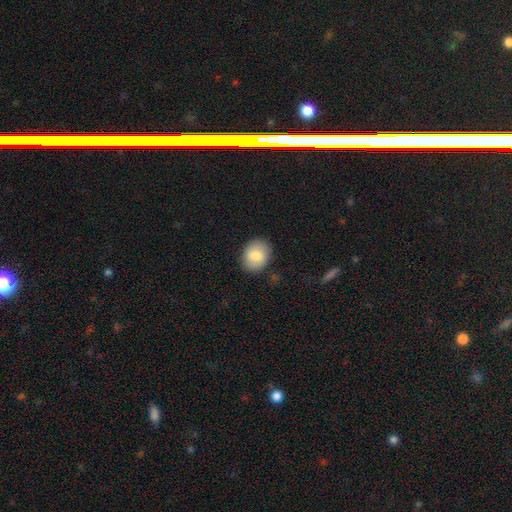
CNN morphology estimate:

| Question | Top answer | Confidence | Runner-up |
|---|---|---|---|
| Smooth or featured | smooth | 81% | featured or disk (12%) |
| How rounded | in between | 51% | round (48%) |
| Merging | none | 86% | minor disturbance (10%) |